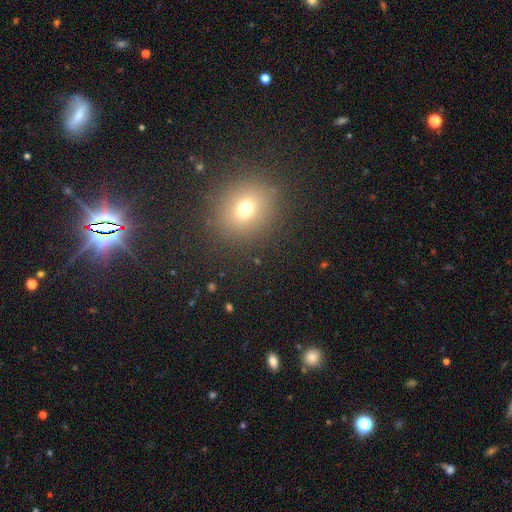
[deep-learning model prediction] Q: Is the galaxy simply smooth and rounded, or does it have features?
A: smooth — 52%.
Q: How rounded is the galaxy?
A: round — 76%.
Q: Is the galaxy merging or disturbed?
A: none — 89%.